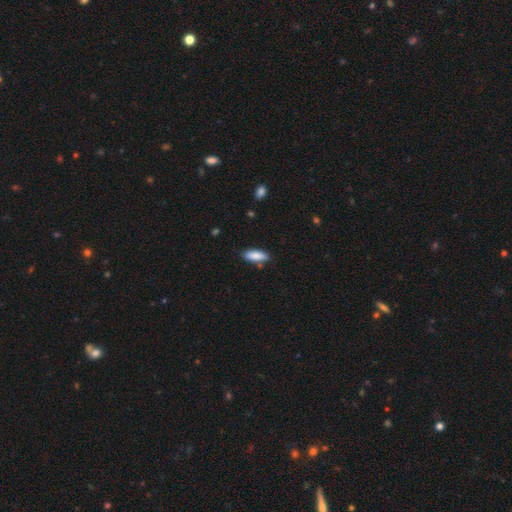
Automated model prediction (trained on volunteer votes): The model was most divided on "how rounded": in between: 65%, cigar-shaped: 34%, round: 2%. More confident: smooth or featured — smooth (87%); merging — none (82%).